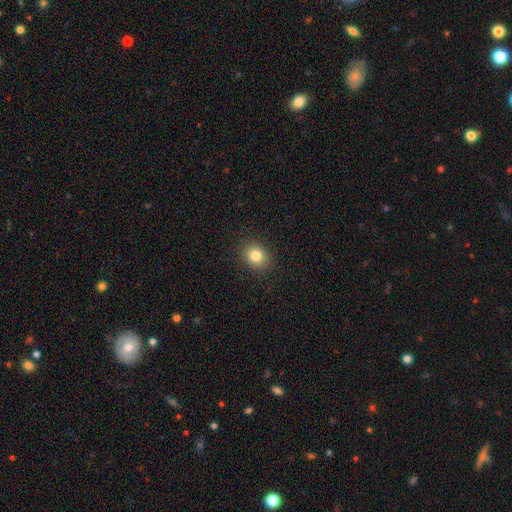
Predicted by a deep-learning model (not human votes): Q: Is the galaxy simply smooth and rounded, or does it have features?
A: smooth — 82%.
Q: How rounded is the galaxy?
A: round — 65%.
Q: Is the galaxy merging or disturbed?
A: none — 90%.